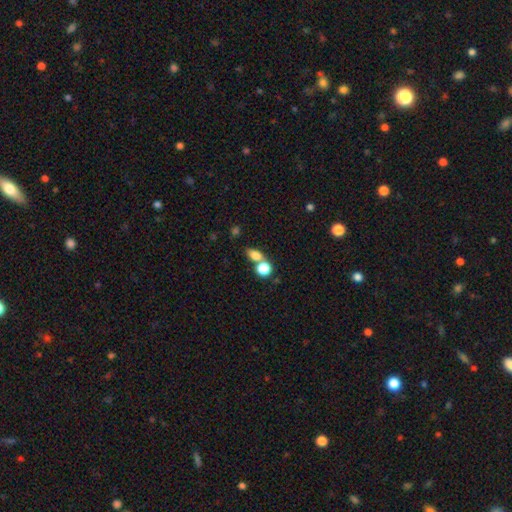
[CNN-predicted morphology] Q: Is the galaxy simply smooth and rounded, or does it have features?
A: smooth — 78%.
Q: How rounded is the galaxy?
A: in between — 66%.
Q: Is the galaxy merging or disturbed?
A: none — 47%.